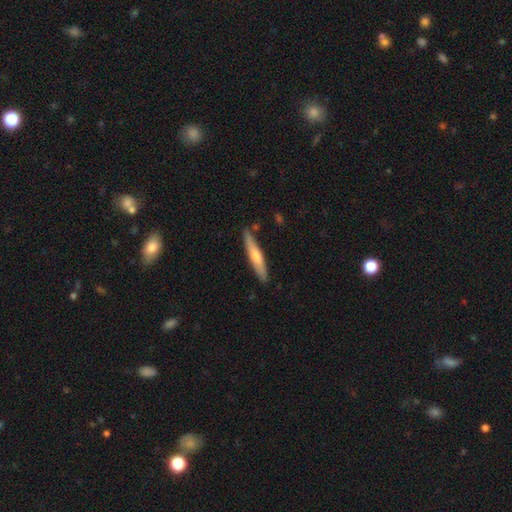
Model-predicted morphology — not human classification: Overall: smooth (52%; featured or disk 43%). How rounded: cigar-shaped (92%). Merging: none (84%).